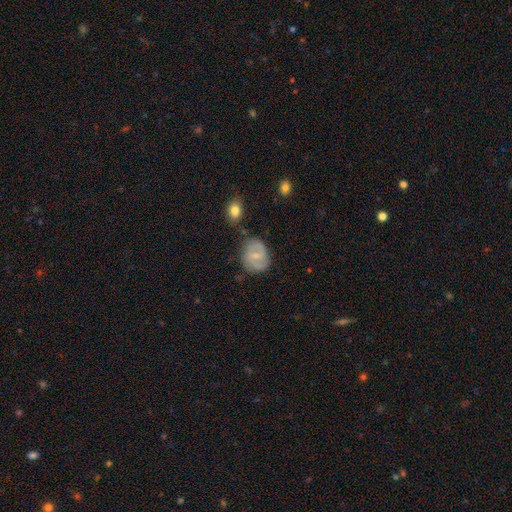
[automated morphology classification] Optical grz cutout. It shows a featured or disk galaxy (57%) with a weak bar (55%), spiral arms (78%) and a small central bulge (63%). Merging: none (68%).